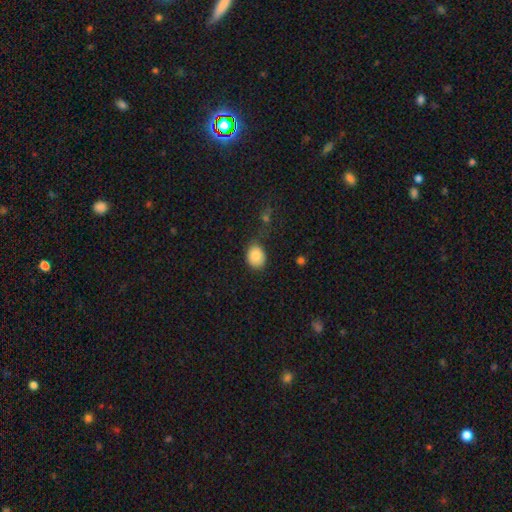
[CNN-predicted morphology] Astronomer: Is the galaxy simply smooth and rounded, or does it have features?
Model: smooth — 86%.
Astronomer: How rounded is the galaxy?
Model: round — 51% (runner-up: in between, 48%).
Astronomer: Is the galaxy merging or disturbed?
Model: none — 70%.